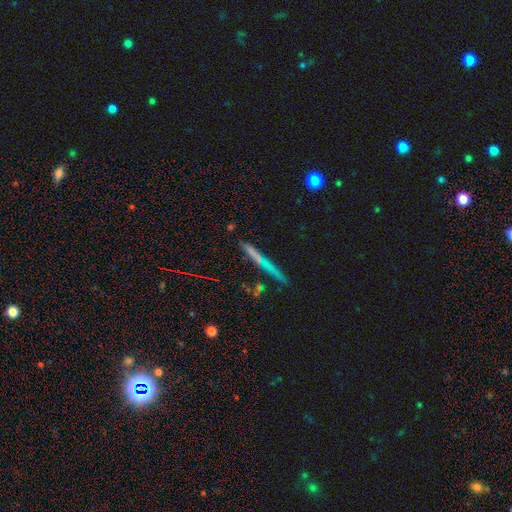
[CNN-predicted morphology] smooth_or_featured: smooth (p=0.50) [alt: featured or disk p=0.33]
how_rounded: cigar-shaped (p=0.92) [alt: in between p=0.05]
merging: none (p=0.80) [alt: minor disturbance p=0.12]